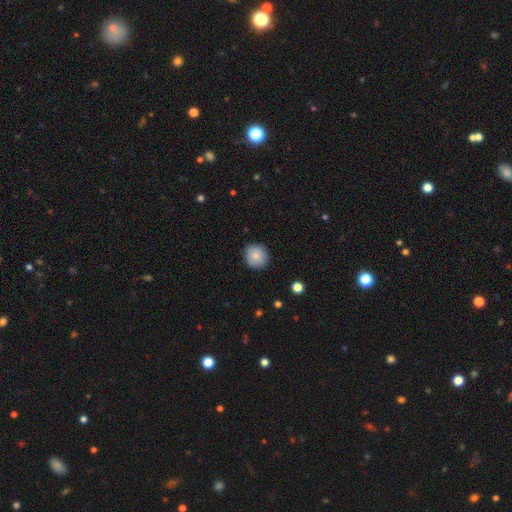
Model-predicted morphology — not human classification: Smooth or featured? smooth (84%)
How rounded? round (88%)
Merging? none (87%)